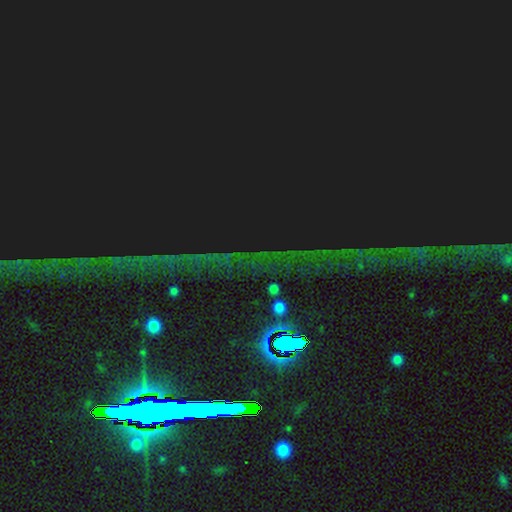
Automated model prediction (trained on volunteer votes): Overall: star or artifact (84%).